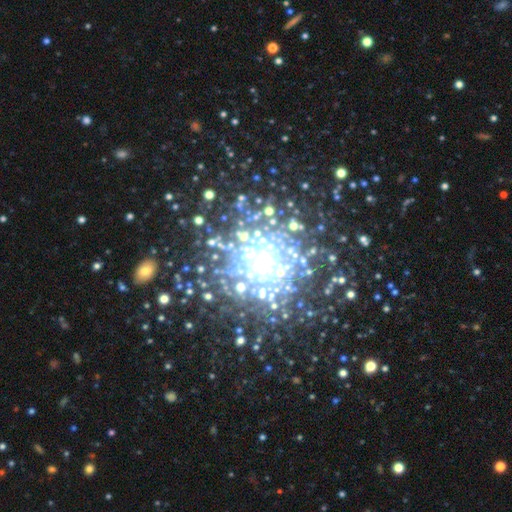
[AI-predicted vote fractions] This is possibly a featured or disk galaxy (49%). Merging: likely none (63%).